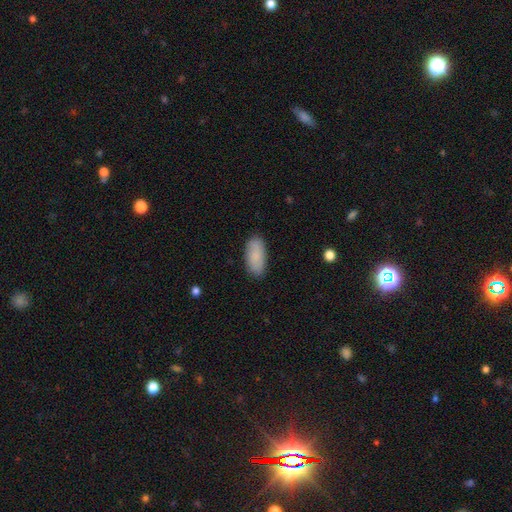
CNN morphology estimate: A smooth galaxy with no disk features (86%) that is in between round and cigar-shaped (90%). Merging: none (86%).